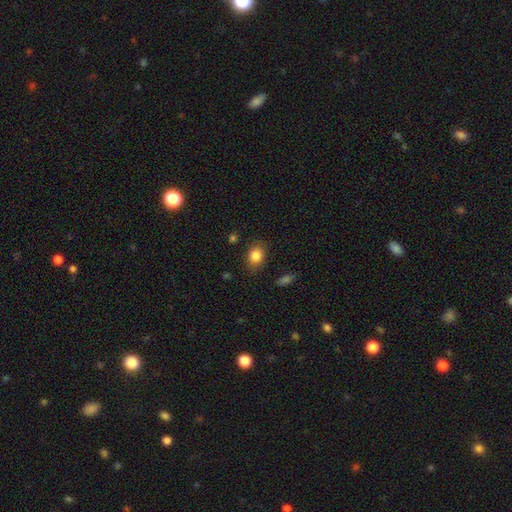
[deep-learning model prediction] smooth 85%, star or artifact 9%, featured or disk 6%. Down the decision tree: how rounded — in between (60%); merging — none (81%).